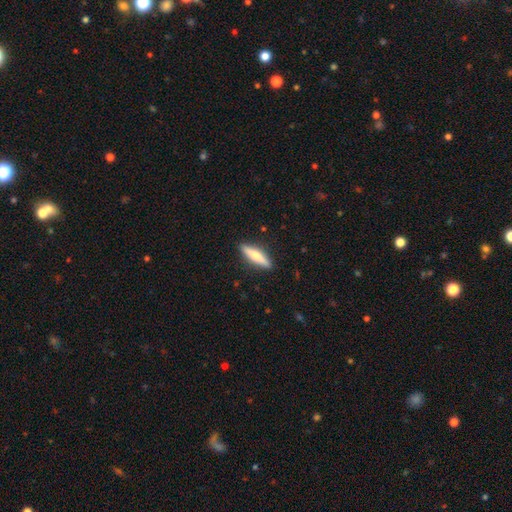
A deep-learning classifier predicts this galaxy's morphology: Q: Smooth or featured?
A: smooth (55%); runner-up: featured or disk (40%)
Q: How rounded?
A: cigar-shaped (78%); runner-up: in between (20%)
Q: Merging?
A: none (90%); runner-up: minor disturbance (7%)